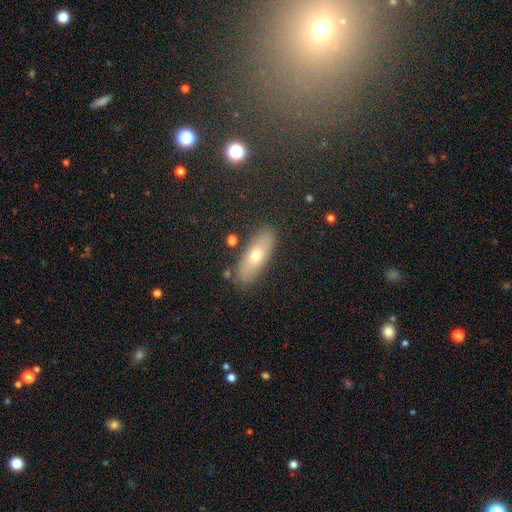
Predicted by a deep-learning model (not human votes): Smooth or featured?
  - smooth: 58% *
  - featured or disk: 32%
  - star or artifact: 10%
How rounded?
  - in between: 61% *
  - cigar-shaped: 35%
  - round: 4%
Merging?
  - none: 86% *
  - minor disturbance: 9%
  - major disturbance: 2%
  - merger: 2%